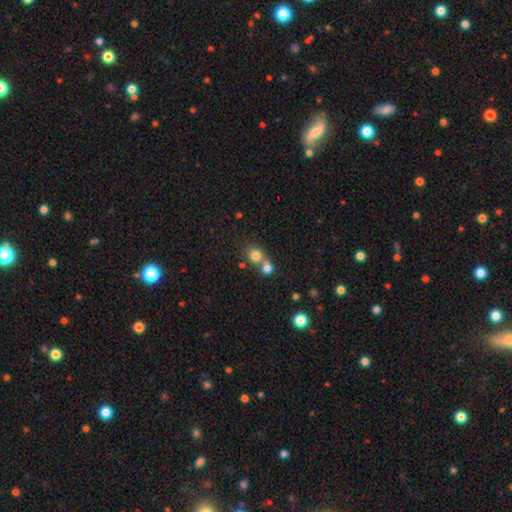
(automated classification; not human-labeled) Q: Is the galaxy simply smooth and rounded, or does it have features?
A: smooth — 78%.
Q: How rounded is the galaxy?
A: round — 85%.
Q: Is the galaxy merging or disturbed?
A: none — 46%.